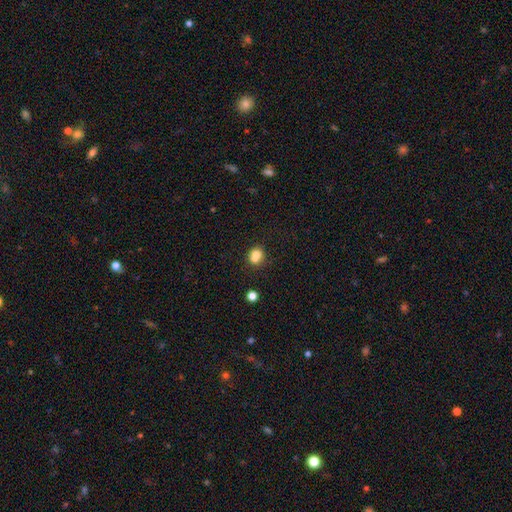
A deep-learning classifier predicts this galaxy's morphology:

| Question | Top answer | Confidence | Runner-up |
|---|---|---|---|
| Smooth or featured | smooth | 76% | featured or disk (12%) |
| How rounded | round | 65% | in between (34%) |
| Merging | none | 43% | merger (42%) |